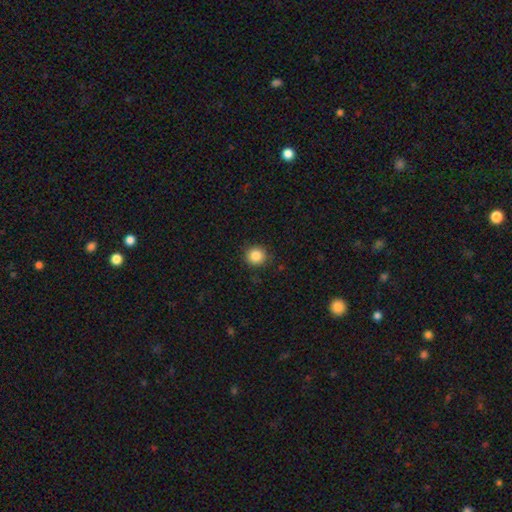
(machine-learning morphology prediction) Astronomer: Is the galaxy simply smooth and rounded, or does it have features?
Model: smooth — 86%.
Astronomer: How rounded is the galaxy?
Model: round — 92%.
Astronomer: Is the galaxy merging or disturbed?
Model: none — 88%.